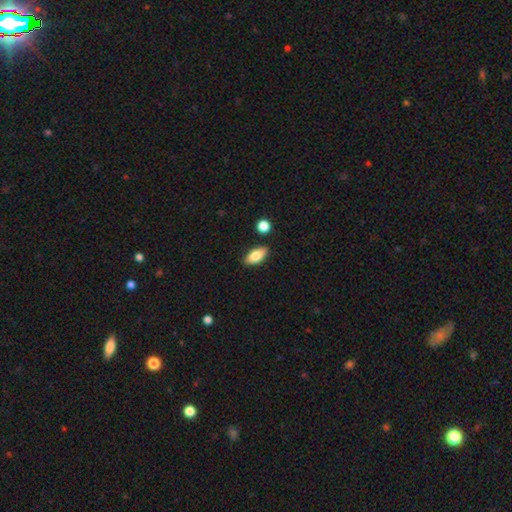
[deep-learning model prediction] The model was most divided on "smooth or featured": smooth: 79%, featured or disk: 14%, star or artifact: 7%. More confident: how rounded — in between (87%); merging — none (86%).